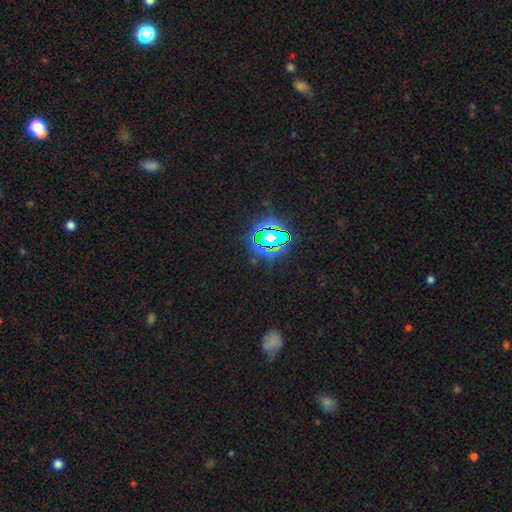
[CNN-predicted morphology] smooth_or_featured: star or artifact (p=0.76) [alt: smooth p=0.16]